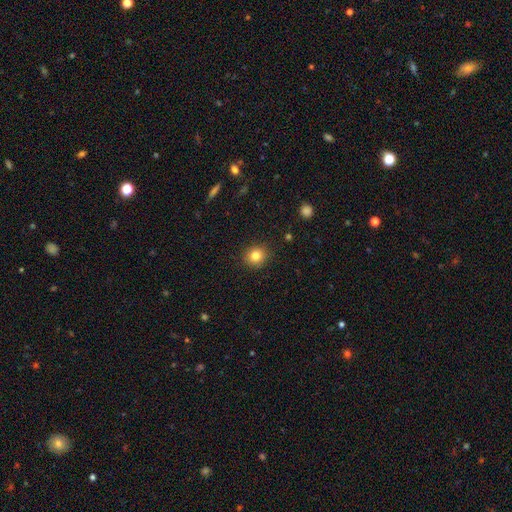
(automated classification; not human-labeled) Smooth or featured?
  - smooth: 82% *
  - star or artifact: 11%
  - featured or disk: 7%
How rounded?
  - round: 88% *
  - in between: 11%
  - cigar-shaped: 1%
Merging?
  - none: 90% *
  - minor disturbance: 7%
  - major disturbance: 2%
  - merger: 1%